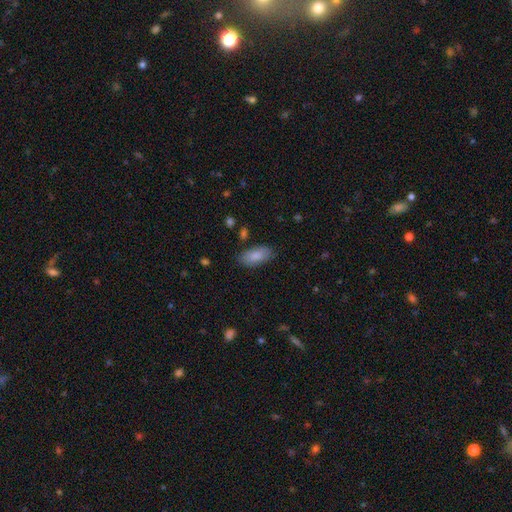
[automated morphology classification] smooth_or_featured: smooth (p=0.85) [alt: featured or disk p=0.08]
how_rounded: in between (p=0.91) [alt: cigar-shaped p=0.06]
merging: none (p=0.82) [alt: minor disturbance p=0.13]